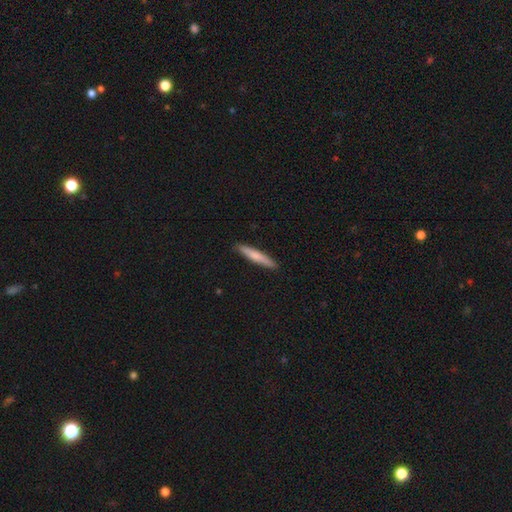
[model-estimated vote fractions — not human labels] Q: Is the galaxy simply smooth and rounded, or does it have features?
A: smooth — 72%.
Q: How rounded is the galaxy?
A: cigar-shaped — 93%.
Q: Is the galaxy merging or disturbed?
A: none — 90%.